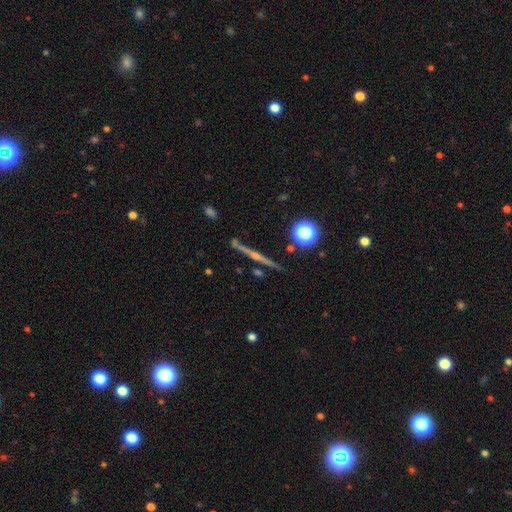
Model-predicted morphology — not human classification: The model was most divided on "edge-on bulge": rounded: 75%, none: 18%, boxy: 7%. More confident: edge-on disk — yes (98%); merging — none (87%); smooth or featured — featured or disk (76%).